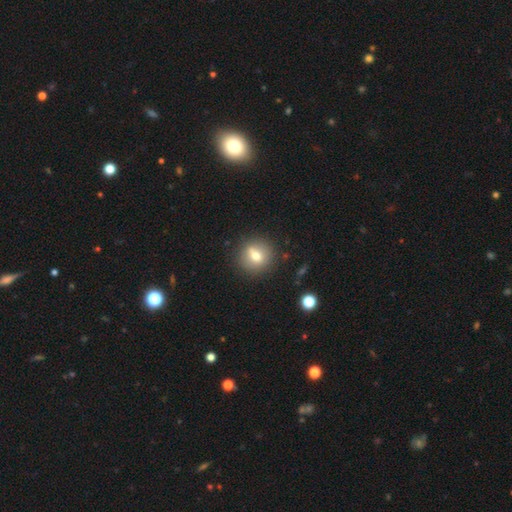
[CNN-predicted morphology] The model was most divided on "smooth or featured": smooth: 67%, featured or disk: 23%, star or artifact: 11%. More confident: how rounded — round (87%); merging — none (81%).